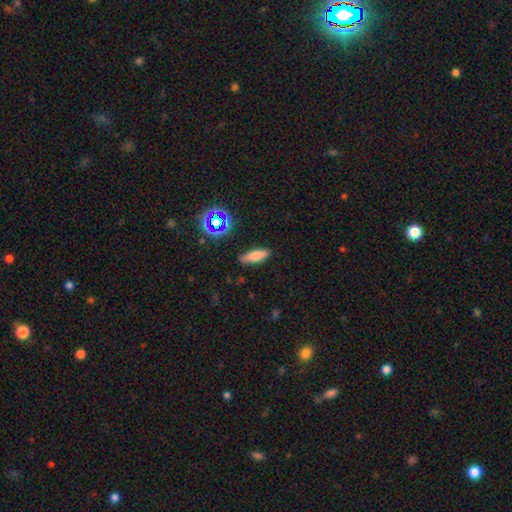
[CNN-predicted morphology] Smooth or featured?
  - smooth: 73% *
  - featured or disk: 15%
  - star or artifact: 12%
How rounded?
  - in between: 51% *
  - cigar-shaped: 45%
  - round: 4%
Merging?
  - none: 86% *
  - minor disturbance: 10%
  - major disturbance: 2%
  - merger: 2%